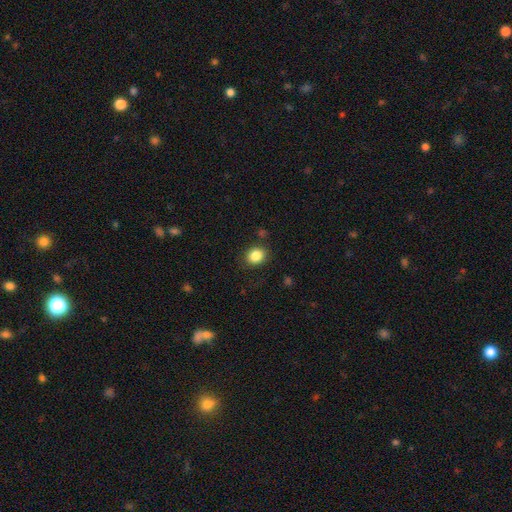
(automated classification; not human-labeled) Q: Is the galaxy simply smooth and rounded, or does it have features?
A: smooth — 85%.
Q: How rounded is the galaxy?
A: round — 63%.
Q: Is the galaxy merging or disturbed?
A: none — 85%.